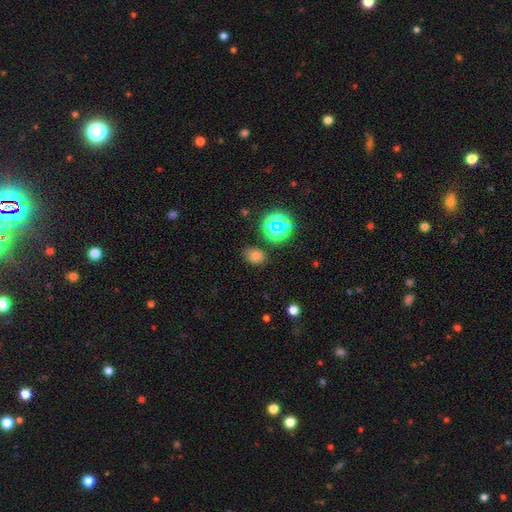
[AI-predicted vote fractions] A smooth galaxy with no disk features (69%) that is in between round and cigar-shaped (53%). Merging: none (74%).